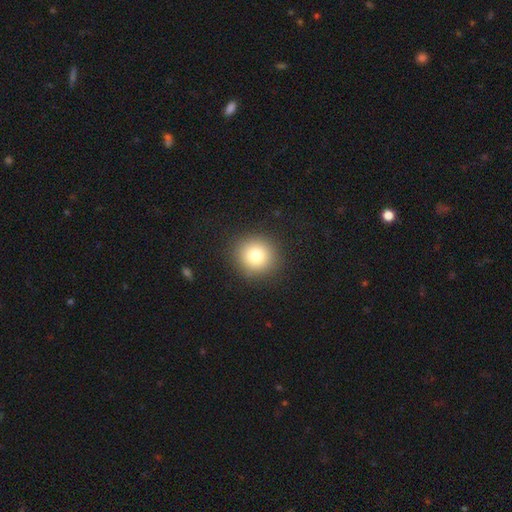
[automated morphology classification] The model was most divided on "smooth or featured": smooth: 79%, star or artifact: 12%, featured or disk: 9%. More confident: how rounded — round (92%); merging — none (90%).